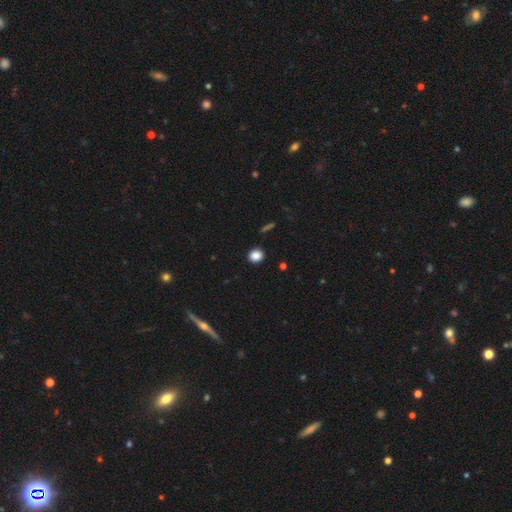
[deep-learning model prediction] This appears to be a smooth galaxy with no disk features (86%) that is round (80%). Merging: none (90%).